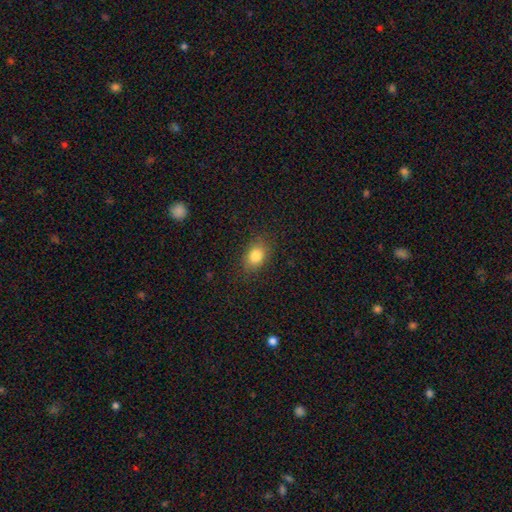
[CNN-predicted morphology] smooth 82%, star or artifact 10%, featured or disk 8%. Down the decision tree: how rounded — in between (73%); merging — none (84%).